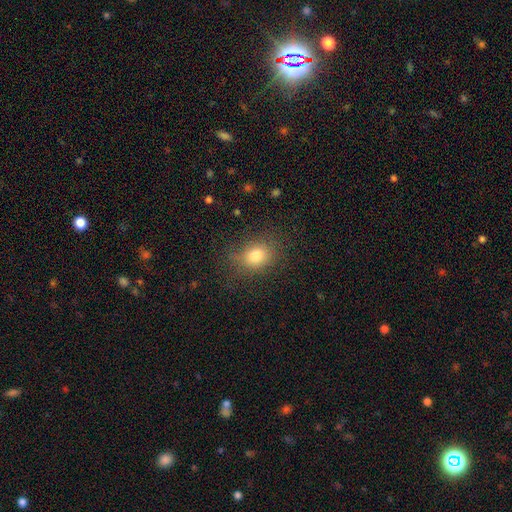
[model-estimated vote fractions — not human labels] smooth 79%, star or artifact 13%, featured or disk 9%. Down the decision tree: how rounded — round (58%); merging — none (77%).